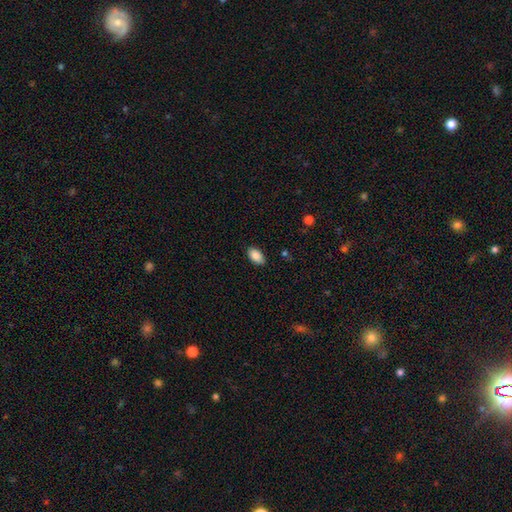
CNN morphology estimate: Smooth or featured? smooth (86%)
How rounded? in between (93%)
Merging? none (87%)